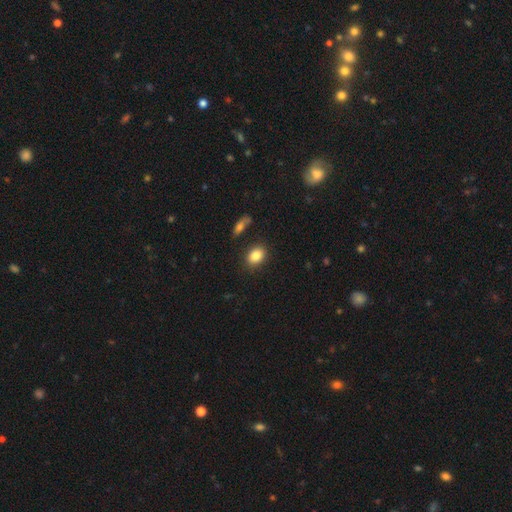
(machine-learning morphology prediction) This appears to be a smooth galaxy with no disk features (85%) that is in between round and cigar-shaped (63%). Merging: none (84%).